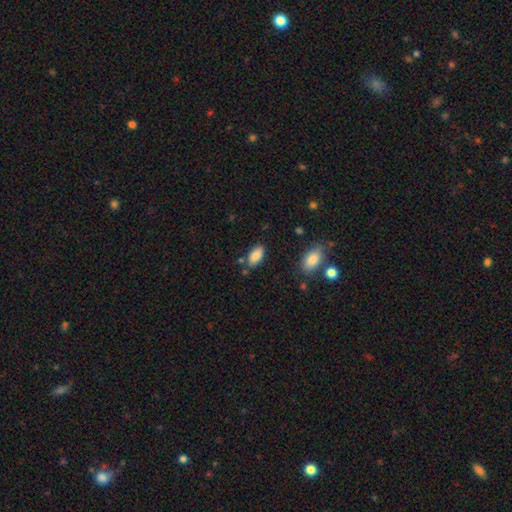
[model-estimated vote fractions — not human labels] Q: Smooth or featured?
A: smooth (85%); runner-up: featured or disk (8%)
Q: How rounded?
A: in between (92%); runner-up: cigar-shaped (5%)
Q: Merging?
A: none (77%); runner-up: minor disturbance (15%)